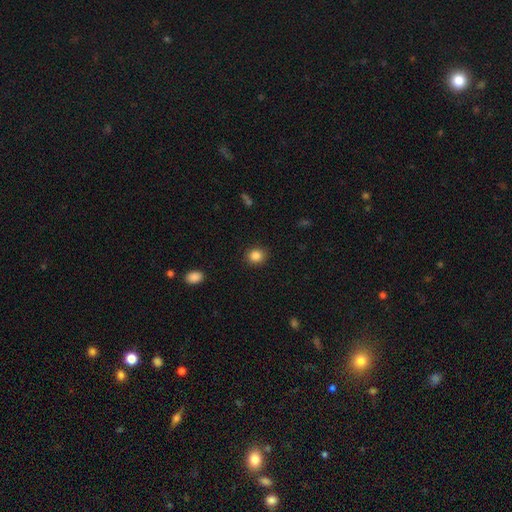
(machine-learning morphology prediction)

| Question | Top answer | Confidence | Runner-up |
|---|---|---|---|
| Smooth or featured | smooth | 86% | star or artifact (10%) |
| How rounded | round | 75% | in between (24%) |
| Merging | none | 90% | minor disturbance (7%) |